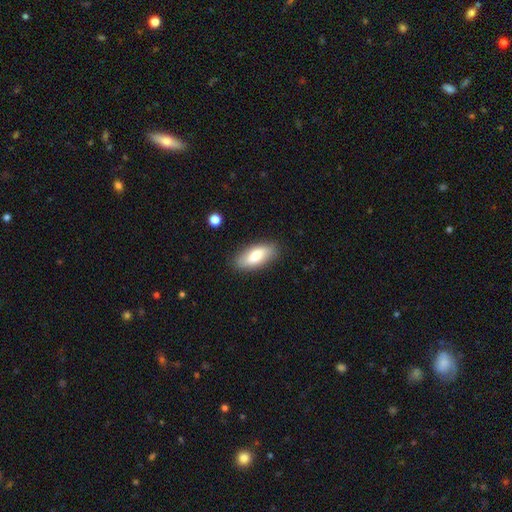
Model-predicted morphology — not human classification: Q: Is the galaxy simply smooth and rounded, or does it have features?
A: smooth — 76%.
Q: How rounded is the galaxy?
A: in between — 83%.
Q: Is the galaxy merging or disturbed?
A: none — 85%.